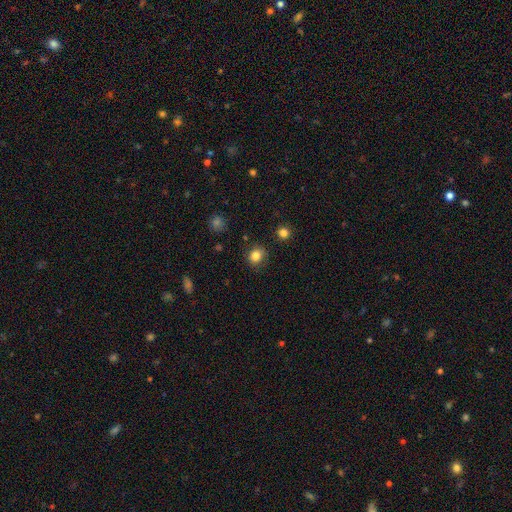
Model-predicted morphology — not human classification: type=smooth (84%); roundness=round (79%); merging=none (84%).